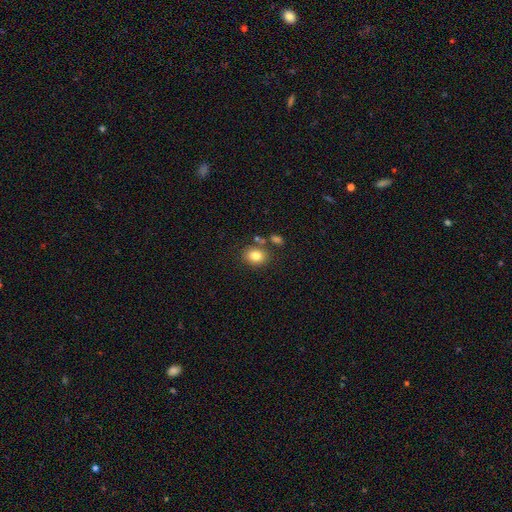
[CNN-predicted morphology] Smooth or featured: smooth — 82% (star or artifact — 10%)
How rounded: round — 54% (in between — 45%)
Merging: none — 74% (minor disturbance — 11%)